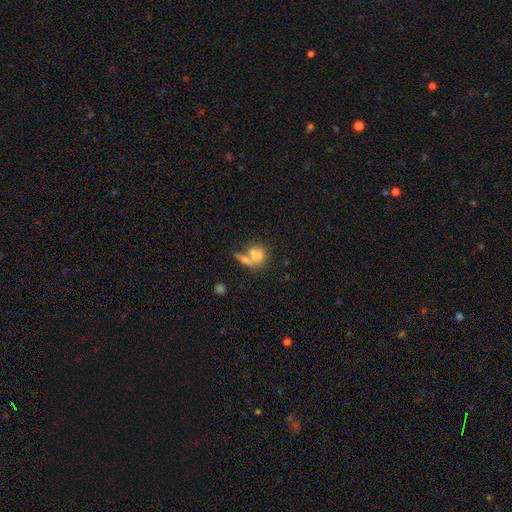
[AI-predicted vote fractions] Q: Smooth or featured?
A: smooth (69%); runner-up: featured or disk (20%)
Q: How rounded?
A: round (54%); runner-up: in between (42%)
Q: Merging?
A: merger (53%); runner-up: none (28%)